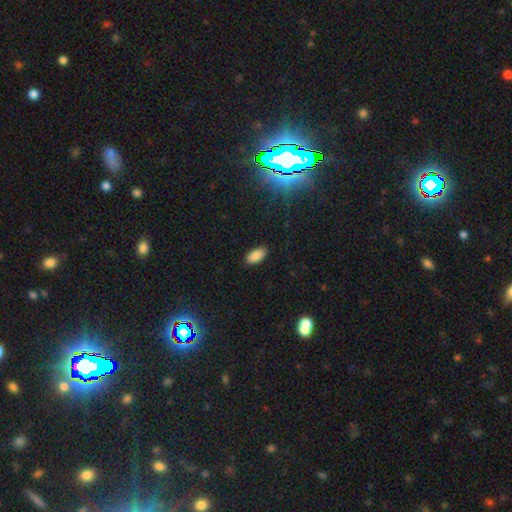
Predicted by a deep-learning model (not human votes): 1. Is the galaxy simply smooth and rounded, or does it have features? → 87% smooth, 8% star or artifact, 5% featured or disk.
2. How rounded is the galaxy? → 91% in between, 6% cigar-shaped, 2% round.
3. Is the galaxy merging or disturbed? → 88% none, 9% minor disturbance, 2% major disturbance, 1% merger.